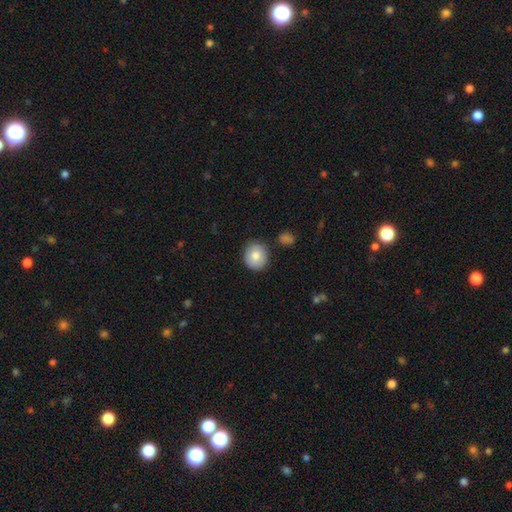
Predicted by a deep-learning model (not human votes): Morphology: type=smooth (83%); roundness=round (84%); merging=none (83%).